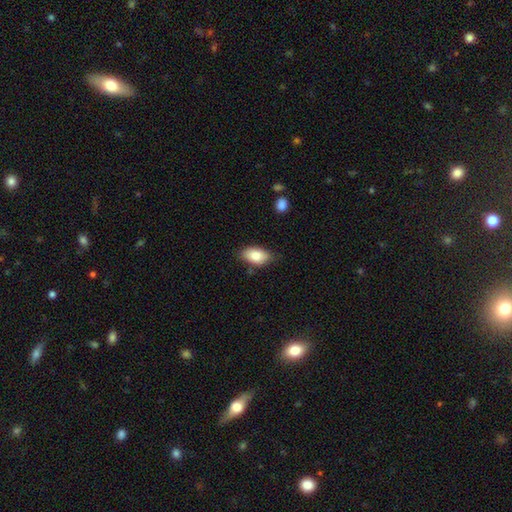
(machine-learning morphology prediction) smooth-or-featured: smooth: 83% | featured or disk: 10% | star or artifact: 7%
  how-rounded: in between: 92% | round: 5% | cigar-shaped: 3%
  merging: none: 78% | minor disturbance: 17% | major disturbance: 3% | merger: 2%